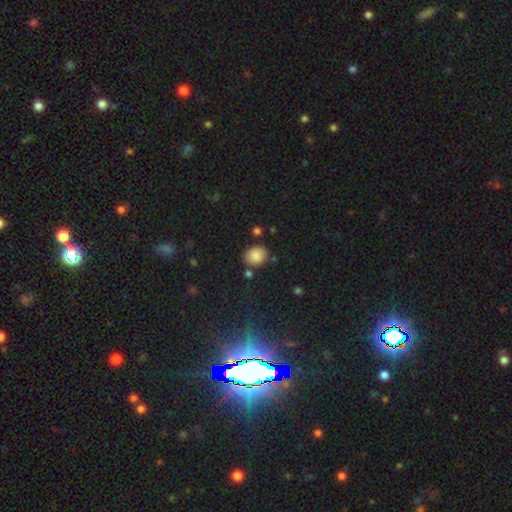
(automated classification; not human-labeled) Smooth or featured?
  - smooth: 84% *
  - star or artifact: 10%
  - featured or disk: 6%
How rounded?
  - round: 61% *
  - in between: 38%
  - cigar-shaped: 1%
Merging?
  - none: 79% *
  - minor disturbance: 13%
  - merger: 5%
  - major disturbance: 3%